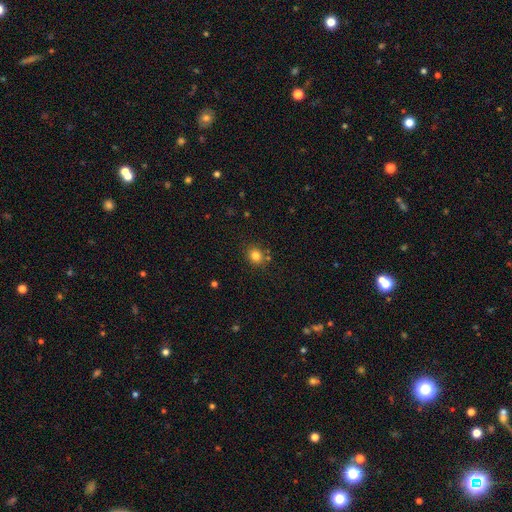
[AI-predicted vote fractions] Smooth or featured?
  - smooth: 81% *
  - star or artifact: 13%
  - featured or disk: 6%
How rounded?
  - round: 77% *
  - in between: 22%
  - cigar-shaped: 1%
Merging?
  - none: 80% *
  - minor disturbance: 11%
  - merger: 6%
  - major disturbance: 3%